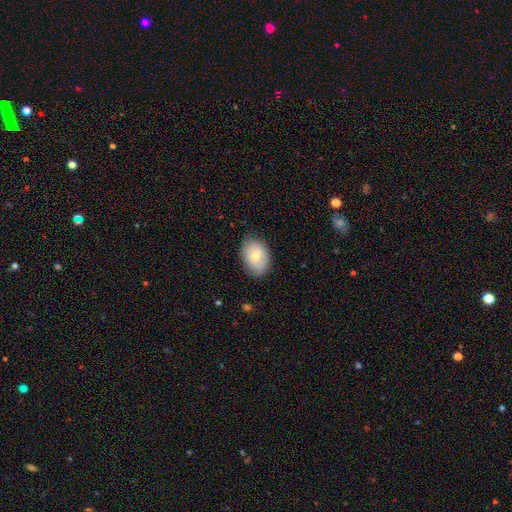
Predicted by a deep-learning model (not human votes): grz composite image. It shows a smooth galaxy with no disk features (63%) that is in between round and cigar-shaped (77%). Merging: none (76%).